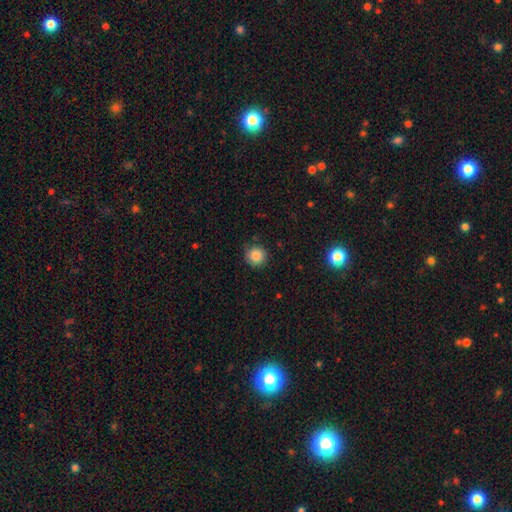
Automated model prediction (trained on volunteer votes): Morphology: type=smooth (83%); roundness=round (94%); merging=none (86%).